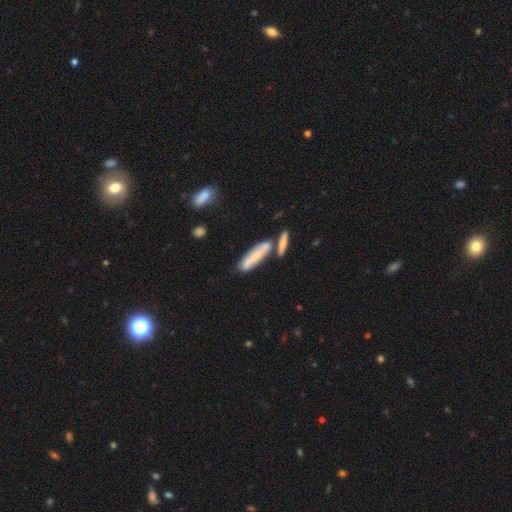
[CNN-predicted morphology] The model was most divided on "smooth or featured": smooth: 48%, featured or disk: 44%, star or artifact: 8%. Remaining: merging — none (47%).